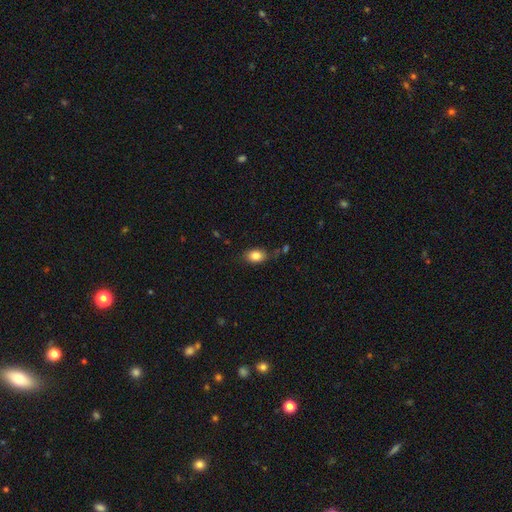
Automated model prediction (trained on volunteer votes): The model was most divided on "how rounded": in between: 79%, round: 19%, cigar-shaped: 2%. More confident: smooth or featured — smooth (84%); merging — none (76%).